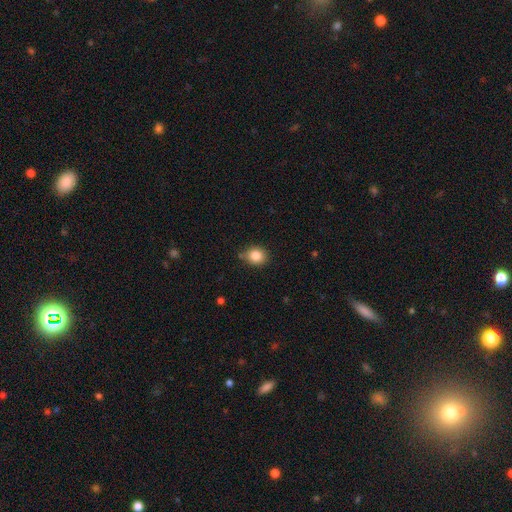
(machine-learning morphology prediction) Smooth or featured? Predicted: smooth (p=0.84). How rounded? Predicted: round (p=0.73). Merging? Predicted: none (p=0.79).